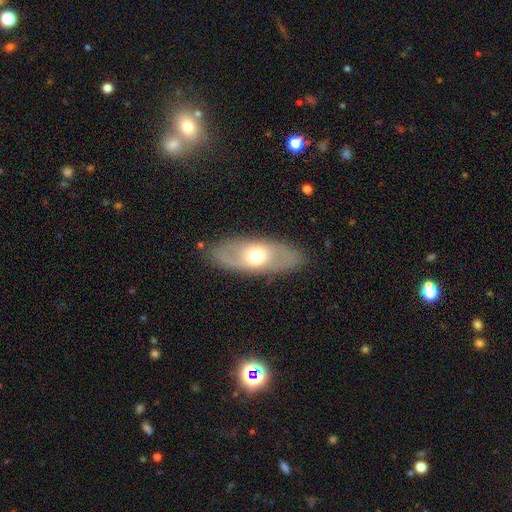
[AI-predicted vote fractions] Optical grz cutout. It shows a featured or disk galaxy (52%). Merging: none (84%).